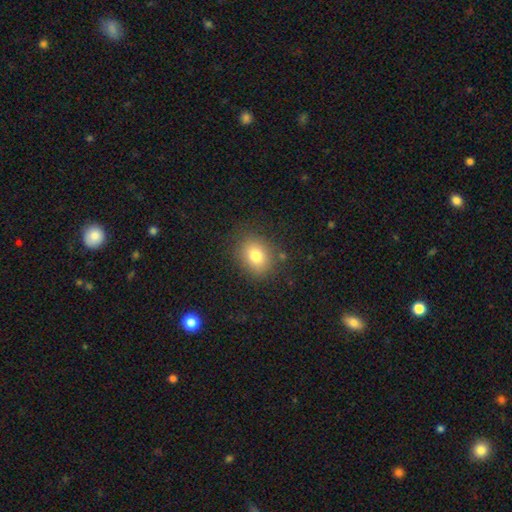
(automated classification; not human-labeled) The model was most divided on "how rounded": round: 50%, in between: 49%, cigar-shaped: 1%. More confident: merging — none (82%); smooth or featured — smooth (79%).